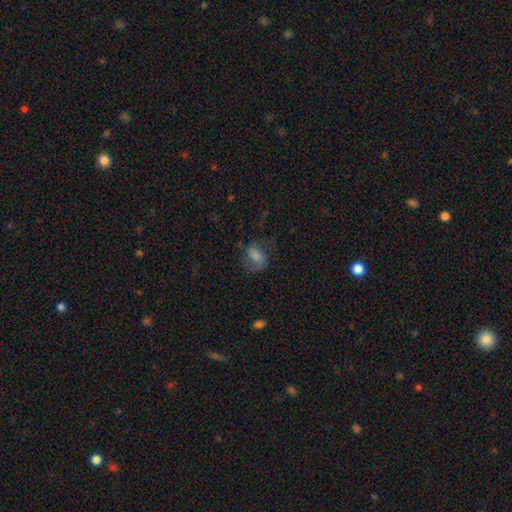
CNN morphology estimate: type=smooth (49%); merging=none (58%).